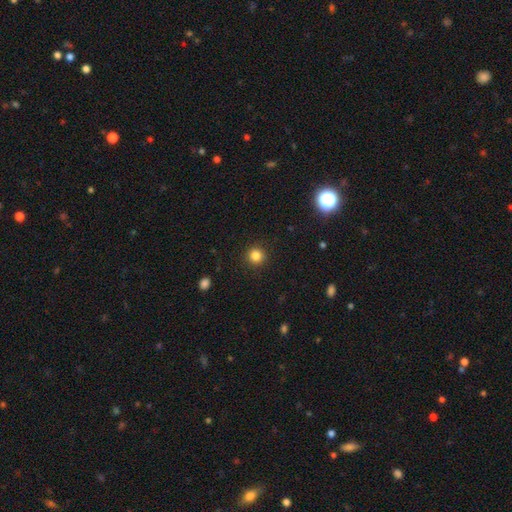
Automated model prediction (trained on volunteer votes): smooth 84%, star or artifact 12%, featured or disk 4%. Down the decision tree: how rounded — round (93%); merging — none (91%).